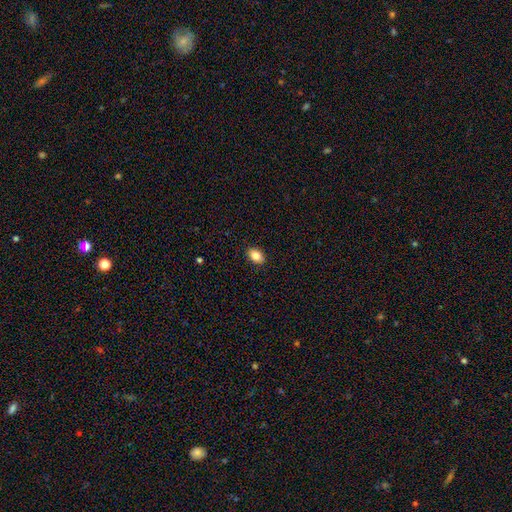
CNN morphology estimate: Smooth or featured: smooth — 85% (star or artifact — 9%)
How rounded: in between — 79% (round — 20%)
Merging: none — 89% (minor disturbance — 8%)